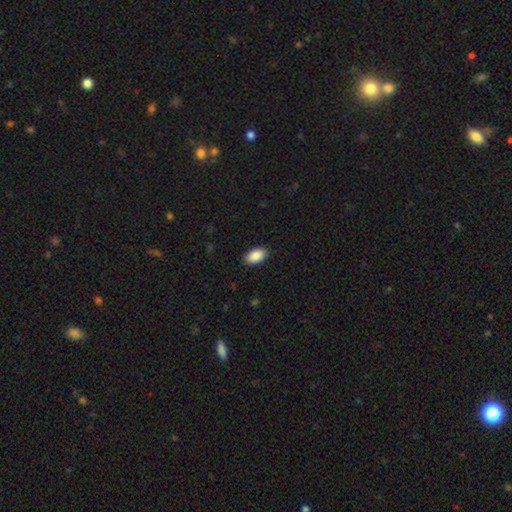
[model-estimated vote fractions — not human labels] Smooth or featured? smooth (90%)
How rounded? in between (95%)
Merging? none (90%)